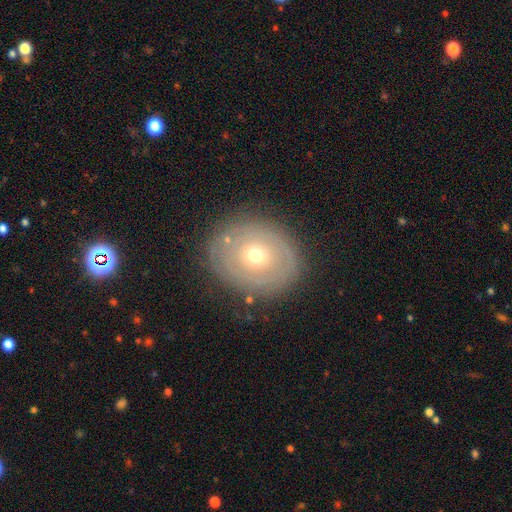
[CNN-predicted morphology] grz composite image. It shows a featured or disk galaxy (50%). Merging: none (80%).